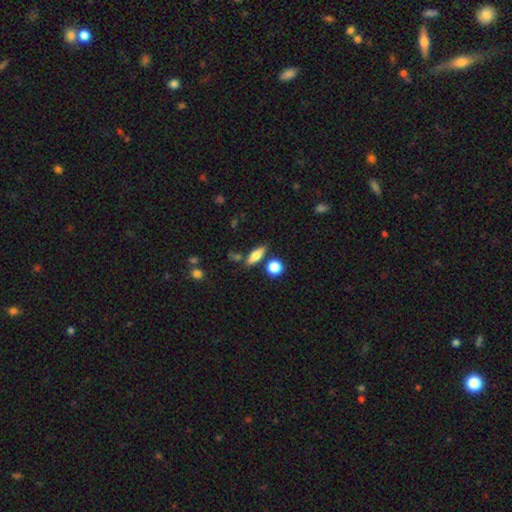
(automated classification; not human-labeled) Morphology: type=smooth (68%); roundness=in between (55%); merging=none (74%).